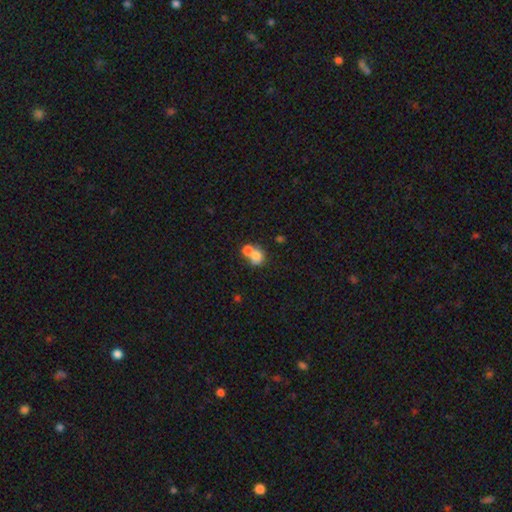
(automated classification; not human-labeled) Smooth or featured? Predicted: smooth (p=0.76). How rounded? Predicted: round (p=0.70). Merging? Predicted: merger (p=0.60).